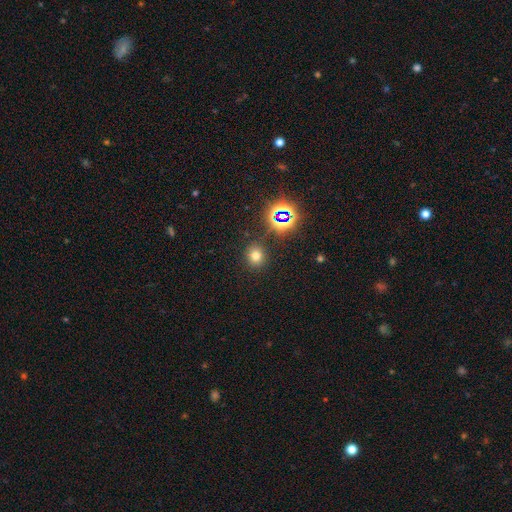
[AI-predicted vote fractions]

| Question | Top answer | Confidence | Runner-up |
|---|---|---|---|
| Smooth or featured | smooth | 69% | star or artifact (23%) |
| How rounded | round | 80% | in between (19%) |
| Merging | none | 86% | minor disturbance (8%) |